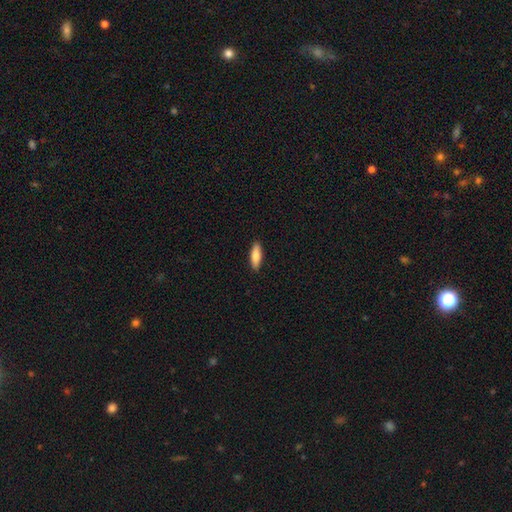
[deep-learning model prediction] smooth_or_featured: smooth (p=0.80) [alt: featured or disk p=0.15]
how_rounded: in between (p=0.54) [alt: cigar-shaped p=0.44]
merging: none (p=0.89) [alt: minor disturbance p=0.08]